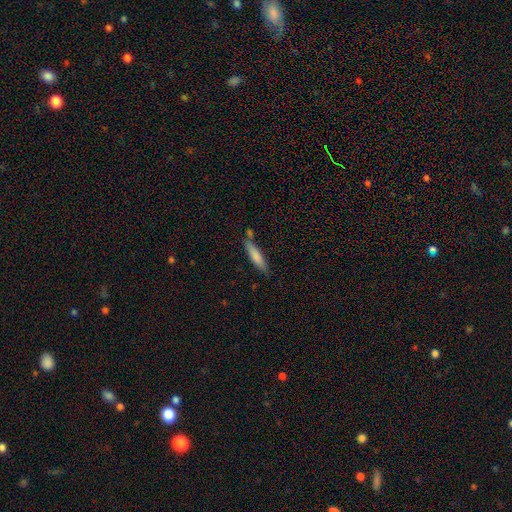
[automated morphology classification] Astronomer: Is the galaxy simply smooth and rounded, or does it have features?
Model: smooth — 76%.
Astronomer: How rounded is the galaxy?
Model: cigar-shaped — 82%.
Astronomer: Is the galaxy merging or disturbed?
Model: none — 69%.